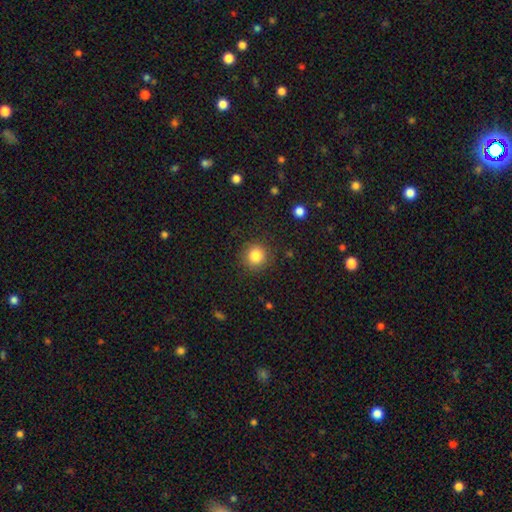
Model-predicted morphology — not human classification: Overall: smooth (83%). How rounded: round (93%). Merging: none (89%).